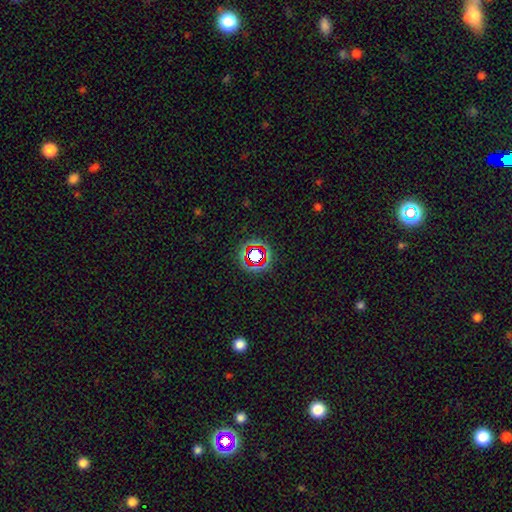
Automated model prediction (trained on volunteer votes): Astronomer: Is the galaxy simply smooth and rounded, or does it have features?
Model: star or artifact — 66%.